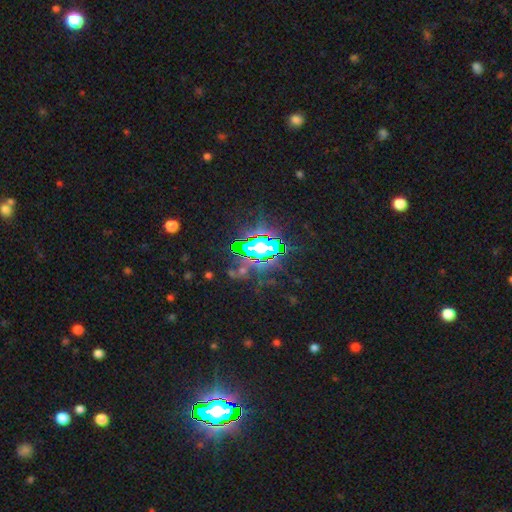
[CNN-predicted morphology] Q: Smooth or featured?
A: star or artifact (84%); runner-up: smooth (8%)